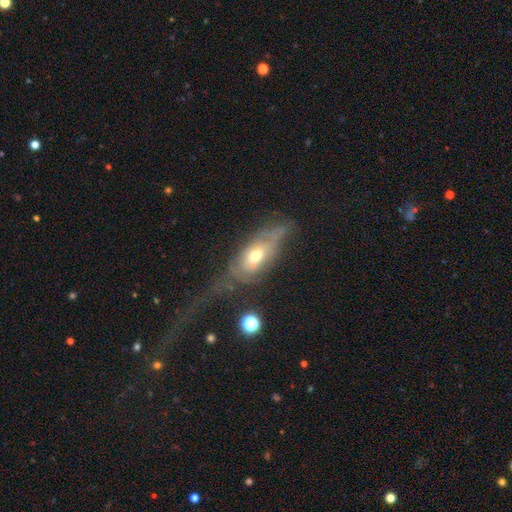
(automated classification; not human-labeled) smooth-or-featured: featured or disk: 48% | smooth: 42% | star or artifact: 9%
  merging: major disturbance: 41% | none: 27% | minor disturbance: 25% | merger: 7%